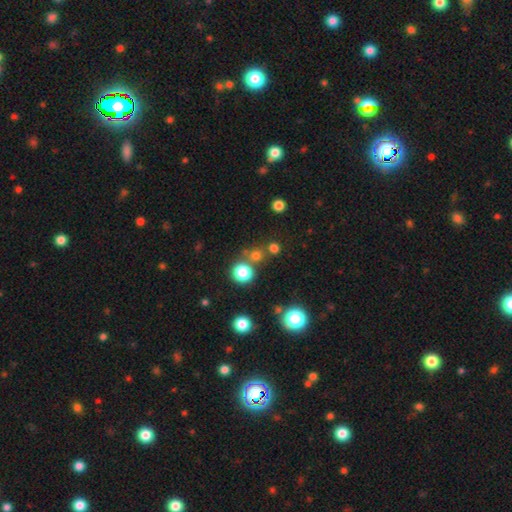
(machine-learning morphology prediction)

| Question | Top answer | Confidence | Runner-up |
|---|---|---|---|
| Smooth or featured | smooth | 69% | star or artifact (24%) |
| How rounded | round | 91% | in between (8%) |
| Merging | none | 71% | merger (18%) |